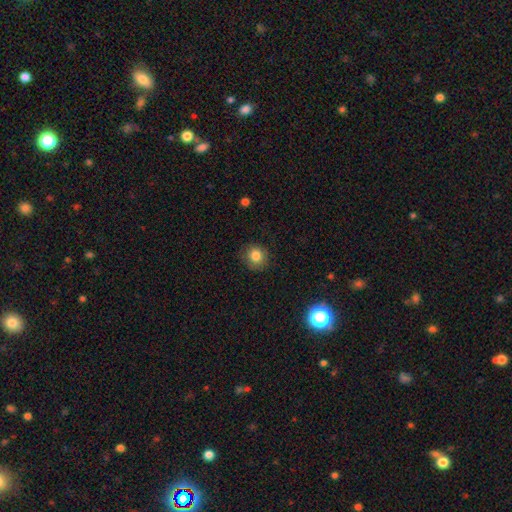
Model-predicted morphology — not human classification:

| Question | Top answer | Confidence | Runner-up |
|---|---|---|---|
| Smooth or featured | smooth | 82% | star or artifact (11%) |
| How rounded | round | 88% | in between (11%) |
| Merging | none | 85% | minor disturbance (11%) |